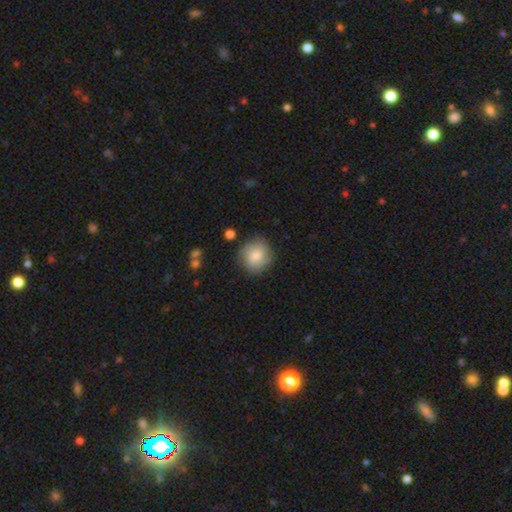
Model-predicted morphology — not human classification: This is likely a smooth galaxy (76%). How rounded: clearly round (89%). Merging: clearly none (81%).